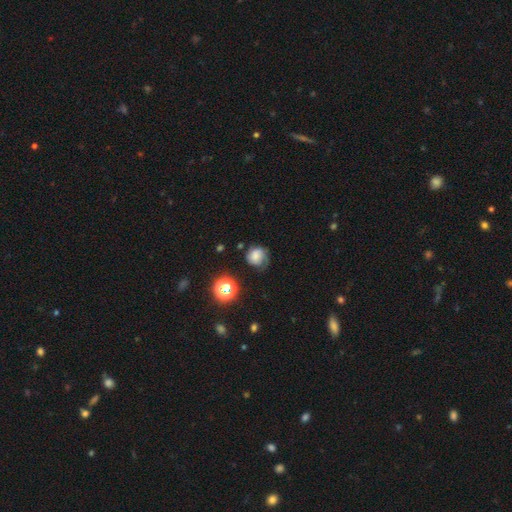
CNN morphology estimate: A smooth galaxy with no disk features (63%) that is round (79%). Merging: none (51%).